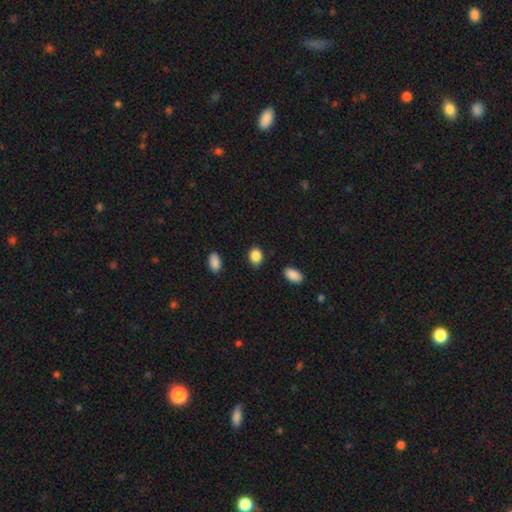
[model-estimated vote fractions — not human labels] The model was most divided on "how rounded": in between: 60%, round: 39%, cigar-shaped: 1%. More confident: smooth or featured — smooth (88%); merging — none (83%).